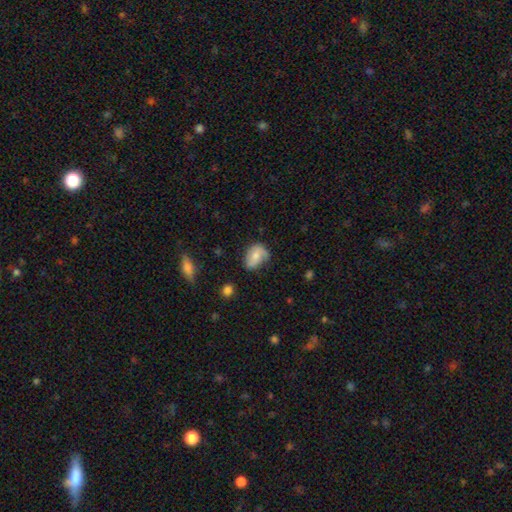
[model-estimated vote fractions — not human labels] smooth 59%, featured or disk 34%, star or artifact 8%. Down the decision tree: how rounded — in between (75%); merging — none (52%).